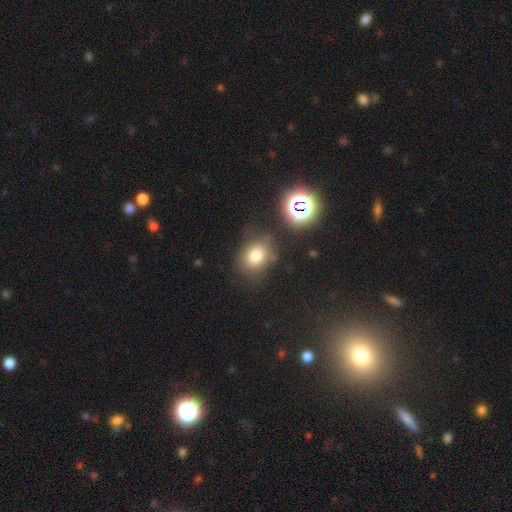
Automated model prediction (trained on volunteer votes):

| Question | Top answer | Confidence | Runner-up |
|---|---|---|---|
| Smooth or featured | smooth | 74% | star or artifact (16%) |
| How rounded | round | 56% | in between (43%) |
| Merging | none | 72% | minor disturbance (16%) |